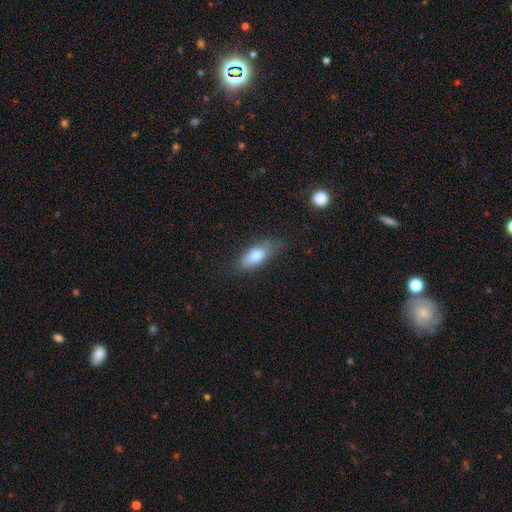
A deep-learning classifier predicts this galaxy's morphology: smooth-or-featured: smooth: 78% | featured or disk: 15% | star or artifact: 7%
  how-rounded: in between: 79% | cigar-shaped: 18% | round: 4%
  merging: none: 67% | minor disturbance: 25% | major disturbance: 6% | merger: 2%